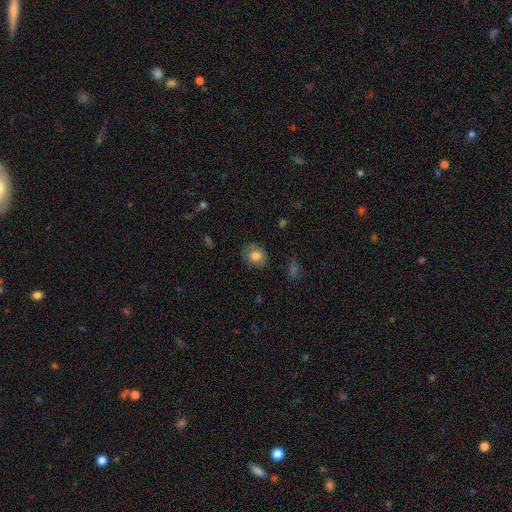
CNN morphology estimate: smooth 78%, featured or disk 14%, star or artifact 9%. Down the decision tree: how rounded — round (58%); merging — none (80%).